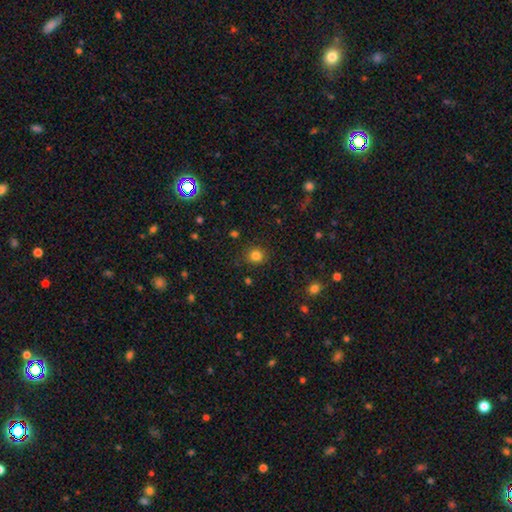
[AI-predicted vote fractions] Smooth or featured: smooth — 82% (star or artifact — 13%)
How rounded: round — 85% (in between — 14%)
Merging: none — 87% (minor disturbance — 9%)